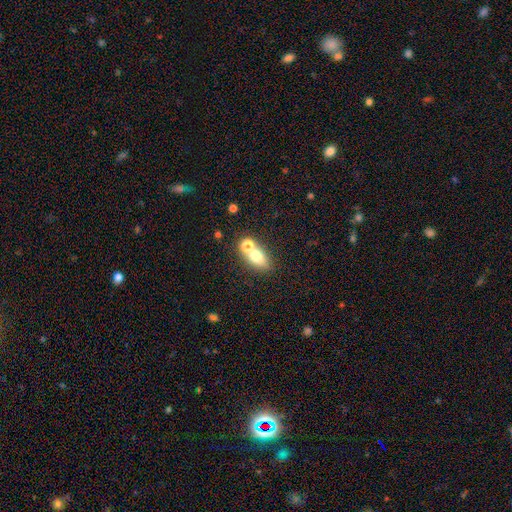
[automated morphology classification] Smooth or featured: smooth — 69% (featured or disk — 19%)
How rounded: in between — 69% (round — 26%)
Merging: merger — 46% (none — 41%)